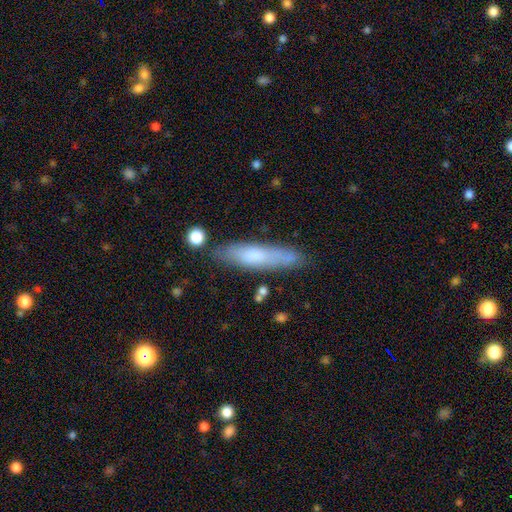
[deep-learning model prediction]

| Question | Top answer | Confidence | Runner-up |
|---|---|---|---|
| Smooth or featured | smooth | 64% | featured or disk (30%) |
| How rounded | cigar-shaped | 78% | in between (21%) |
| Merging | none | 74% | minor disturbance (17%) |